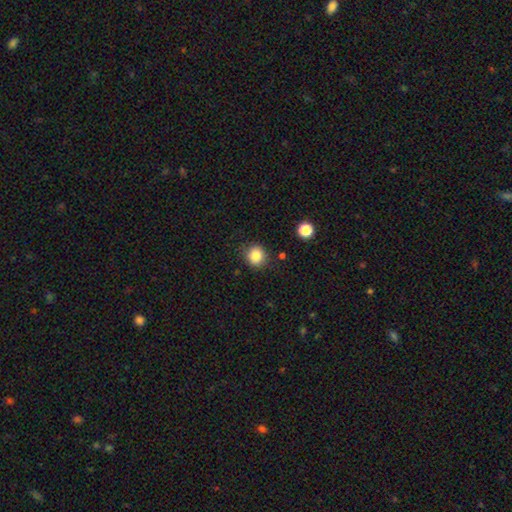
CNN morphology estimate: smooth-or-featured: smooth: 84% | star or artifact: 11% | featured or disk: 5%
  how-rounded: round: 88% | in between: 11% | cigar-shaped: 1%
  merging: none: 85% | minor disturbance: 10% | major disturbance: 3% | merger: 2%